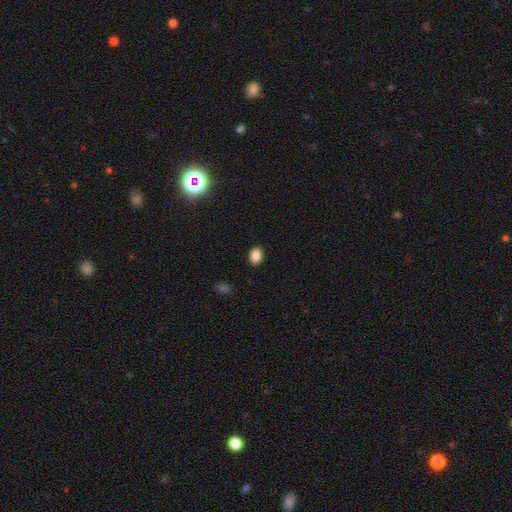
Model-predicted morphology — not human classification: Smooth or featured? Predicted: smooth (p=0.87). How rounded? Predicted: in between (p=0.77). Merging? Predicted: none (p=0.89).